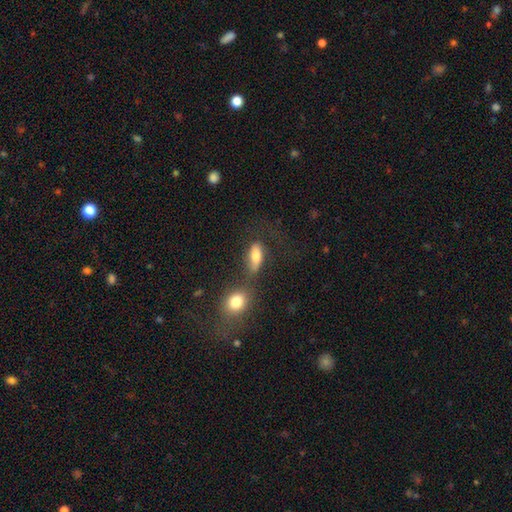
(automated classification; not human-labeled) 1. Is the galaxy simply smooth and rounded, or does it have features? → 74% smooth, 16% featured or disk, 10% star or artifact.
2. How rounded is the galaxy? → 80% in between, 12% cigar-shaped, 8% round.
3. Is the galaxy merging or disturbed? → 40% none, 29% merger, 18% minor disturbance, 13% major disturbance.